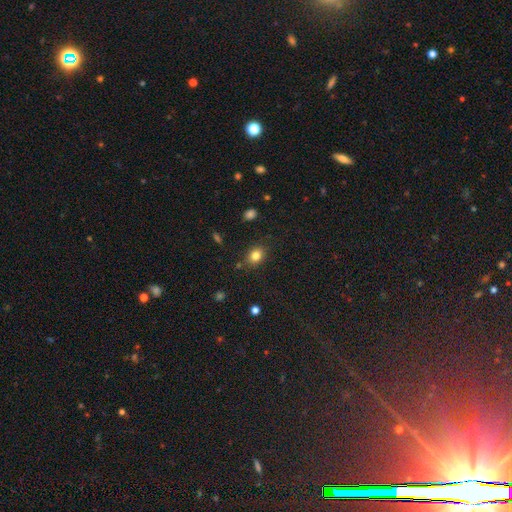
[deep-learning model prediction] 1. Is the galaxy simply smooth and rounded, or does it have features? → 82% smooth, 12% star or artifact, 7% featured or disk.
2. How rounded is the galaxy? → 53% round, 46% in between, 1% cigar-shaped.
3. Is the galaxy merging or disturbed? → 81% none, 13% minor disturbance, 3% major disturbance, 3% merger.